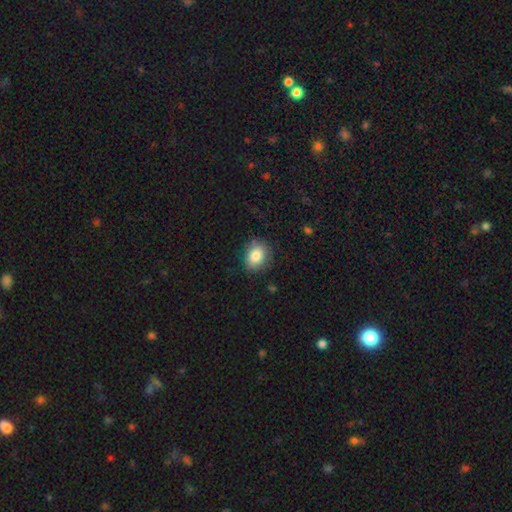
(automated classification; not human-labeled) Q: Smooth or featured?
A: smooth (83%); runner-up: star or artifact (8%)
Q: How rounded?
A: in between (53%); runner-up: round (46%)
Q: Merging?
A: none (80%); runner-up: minor disturbance (15%)